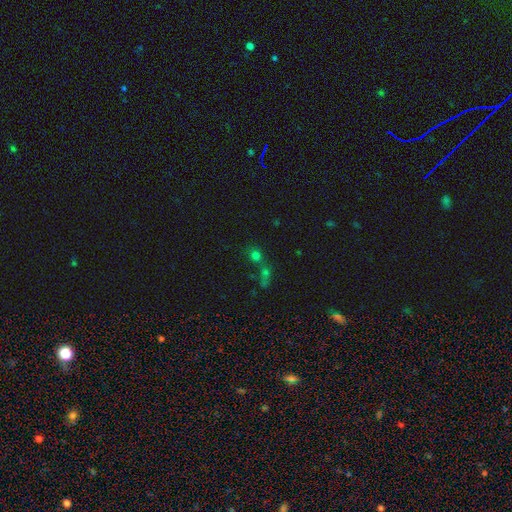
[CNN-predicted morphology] Overall: smooth (60%; star or artifact 30%). How rounded: round (80%). Merging: none (47%; merger 41%).